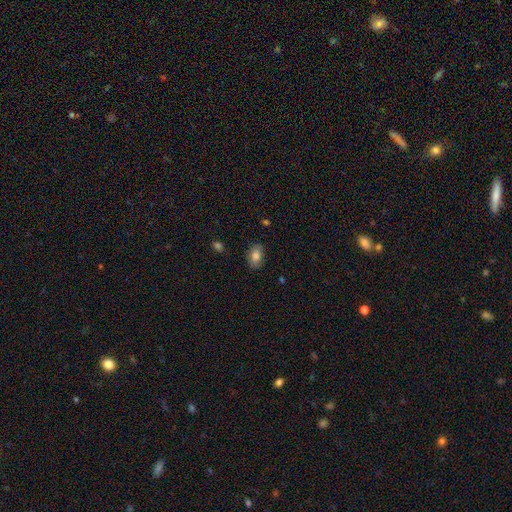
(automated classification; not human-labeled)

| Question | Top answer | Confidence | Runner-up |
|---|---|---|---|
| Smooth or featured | smooth | 83% | featured or disk (9%) |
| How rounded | in between | 87% | round (11%) |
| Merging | none | 81% | minor disturbance (14%) |